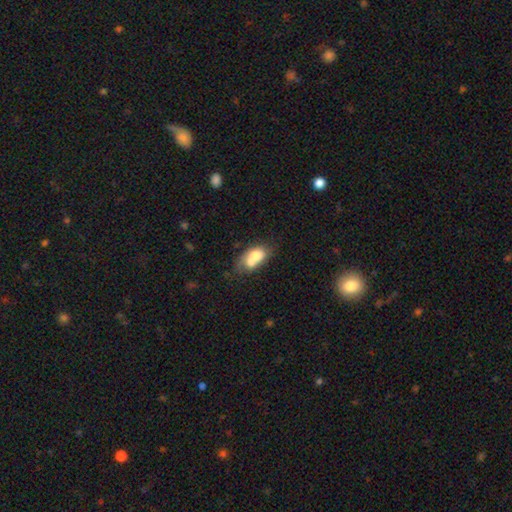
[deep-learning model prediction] smooth_or_featured: smooth (p=0.67) [alt: featured or disk p=0.25]
how_rounded: in between (p=0.76) [alt: round p=0.20]
merging: merger (p=0.58) [alt: none p=0.25]